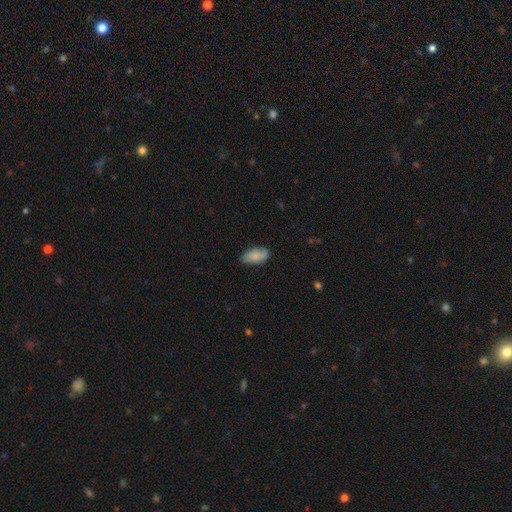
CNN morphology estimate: A smooth galaxy with no disk features (72%) that is in between round and cigar-shaped (92%).

Vote fractions:
- Smooth or featured? smooth: 72% / featured or disk: 21% / star or artifact: 7%
- How rounded? in between: 92% / cigar-shaped: 4% / round: 3%
- Merging? none: 70% / minor disturbance: 24% / major disturbance: 5% / merger: 1%